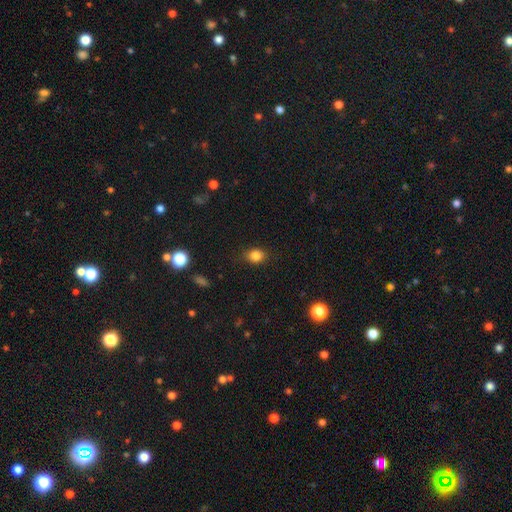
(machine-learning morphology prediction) smooth_or_featured: smooth (p=0.83) [alt: star or artifact p=0.12]
how_rounded: round (p=0.52) [alt: in between p=0.46]
merging: none (p=0.84) [alt: minor disturbance p=0.12]